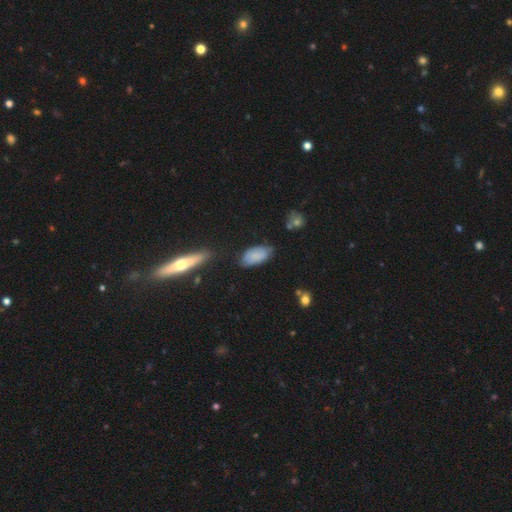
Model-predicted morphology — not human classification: Smooth or featured? smooth (80%)
How rounded? in between (93%)
Merging? none (68%)